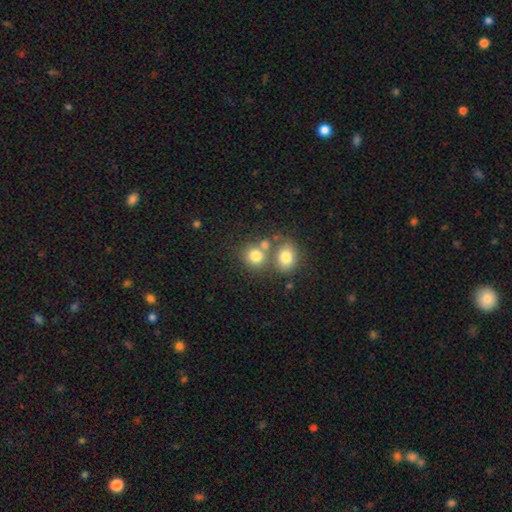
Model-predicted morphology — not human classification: A smooth galaxy with no disk features (77%) that is round (76%). Merging: none (48%).